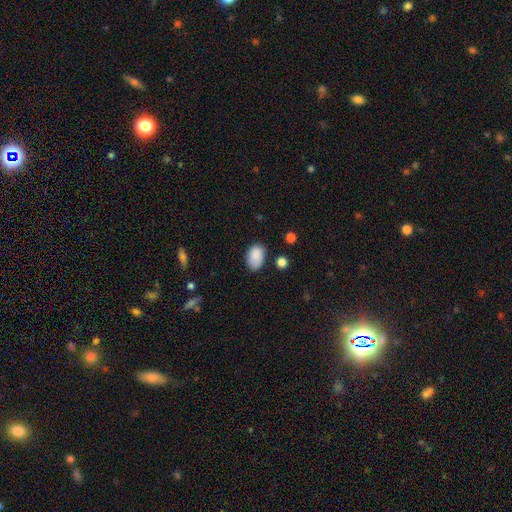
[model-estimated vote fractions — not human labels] Smooth or featured? Predicted: smooth (p=0.87). How rounded? Predicted: in between (p=0.88). Merging? Predicted: none (p=0.72).